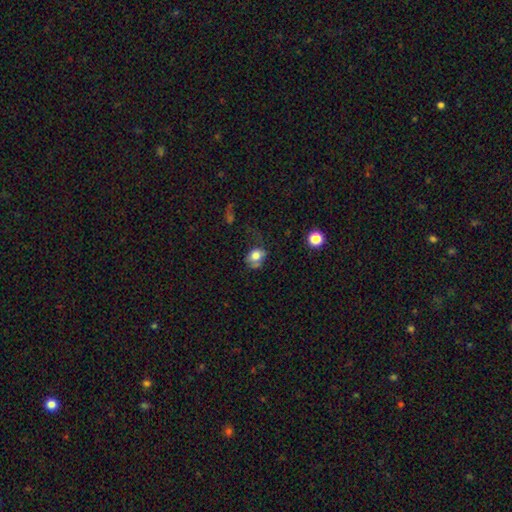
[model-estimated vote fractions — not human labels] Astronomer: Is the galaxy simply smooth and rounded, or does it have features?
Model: smooth — 71%.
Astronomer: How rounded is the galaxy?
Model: in between — 57% (runner-up: round, 42%).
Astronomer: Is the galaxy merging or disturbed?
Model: none — 35% (runner-up: major disturbance, 29%).